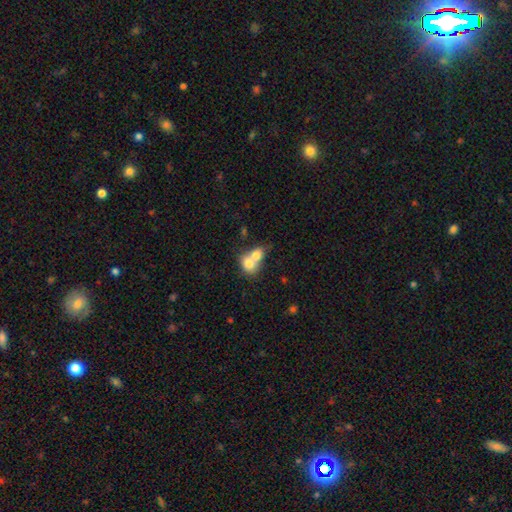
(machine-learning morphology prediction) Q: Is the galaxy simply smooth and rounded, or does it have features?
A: smooth — 73%.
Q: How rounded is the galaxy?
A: in between — 54%.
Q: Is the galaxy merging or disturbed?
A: merger — 76%.